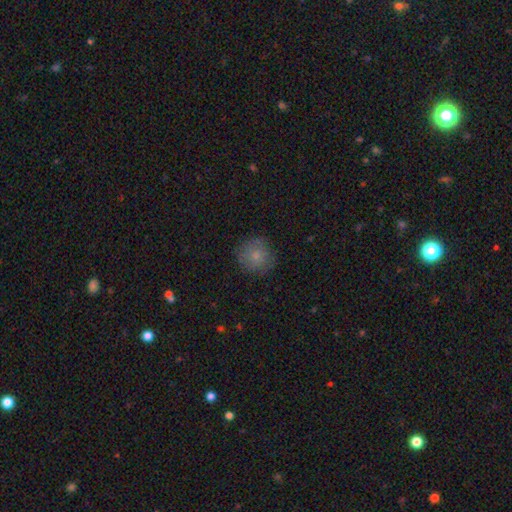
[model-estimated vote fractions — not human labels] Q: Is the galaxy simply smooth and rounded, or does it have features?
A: smooth — 79%.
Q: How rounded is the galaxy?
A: round — 93%.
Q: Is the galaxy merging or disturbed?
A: none — 82%.